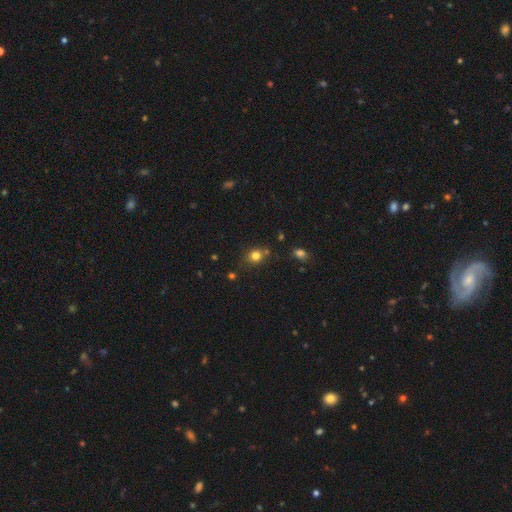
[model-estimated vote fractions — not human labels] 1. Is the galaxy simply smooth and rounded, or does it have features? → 79% smooth, 15% star or artifact, 7% featured or disk.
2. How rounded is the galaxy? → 73% round, 26% in between, 1% cigar-shaped.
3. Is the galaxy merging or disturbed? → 72% none, 16% minor disturbance, 8% merger, 5% major disturbance.